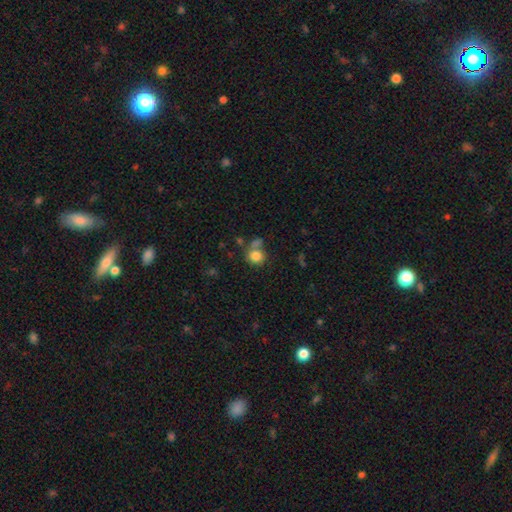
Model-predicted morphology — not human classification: This appears to be a smooth galaxy with no disk features (82%) that is round (82%). Merging: none (54%).